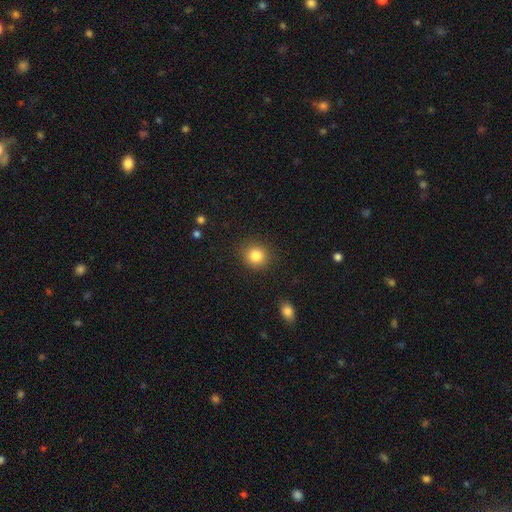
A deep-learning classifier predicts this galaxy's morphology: Smooth or featured: smooth — 84% (star or artifact — 10%)
How rounded: round — 87% (in between — 12%)
Merging: none — 89% (minor disturbance — 7%)